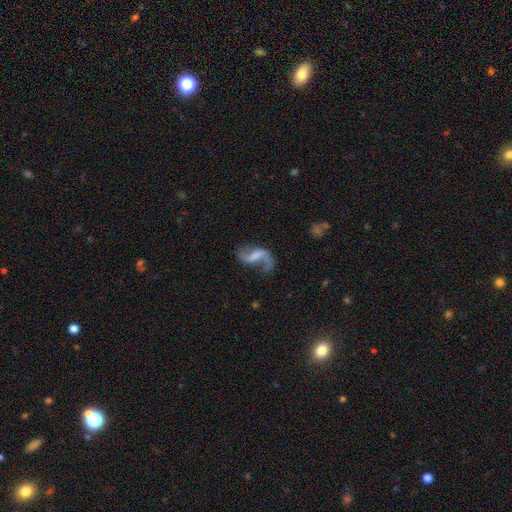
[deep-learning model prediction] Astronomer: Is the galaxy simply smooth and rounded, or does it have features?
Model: featured or disk — 83%.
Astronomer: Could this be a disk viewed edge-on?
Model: no — 97%.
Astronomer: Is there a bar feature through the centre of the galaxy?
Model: weak — 45% (runner-up: strong, 35%).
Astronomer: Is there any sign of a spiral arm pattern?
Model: yes — 93%.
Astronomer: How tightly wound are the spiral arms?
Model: loose — 81%.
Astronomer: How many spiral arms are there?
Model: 2 — 86%.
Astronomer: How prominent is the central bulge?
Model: none — 49% (runner-up: small, 25%).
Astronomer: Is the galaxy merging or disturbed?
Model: none — 61%.